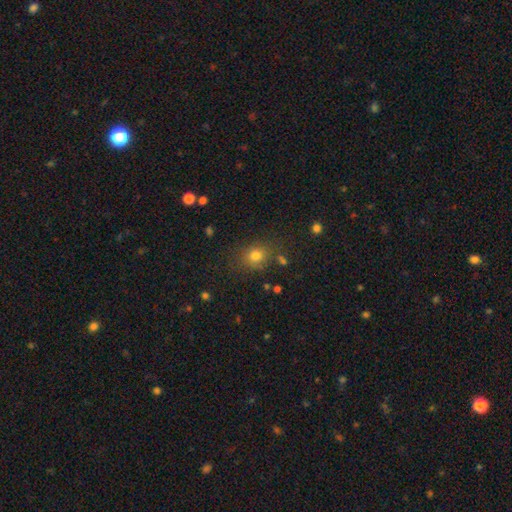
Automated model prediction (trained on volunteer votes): smooth_or_featured: smooth (p=0.77) [alt: star or artifact p=0.16]
how_rounded: round (p=0.65) [alt: in between p=0.34]
merging: none (p=0.79) [alt: minor disturbance p=0.13]